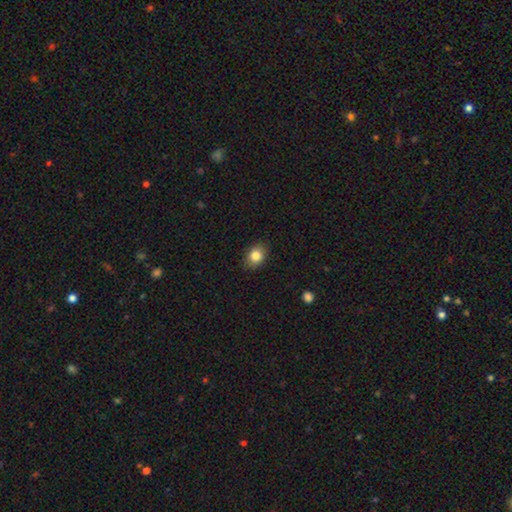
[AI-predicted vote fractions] Smooth or featured: smooth — 84% (star or artifact — 9%)
How rounded: in between — 60% (round — 39%)
Merging: none — 87% (minor disturbance — 10%)